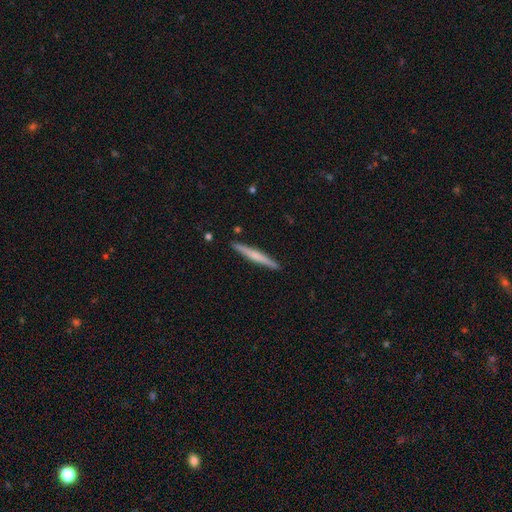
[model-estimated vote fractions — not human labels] Smooth or featured?
  - featured or disk: 50% *
  - smooth: 45%
  - star or artifact: 5%
Merging?
  - none: 91% *
  - minor disturbance: 6%
  - major disturbance: 1%
  - merger: 1%